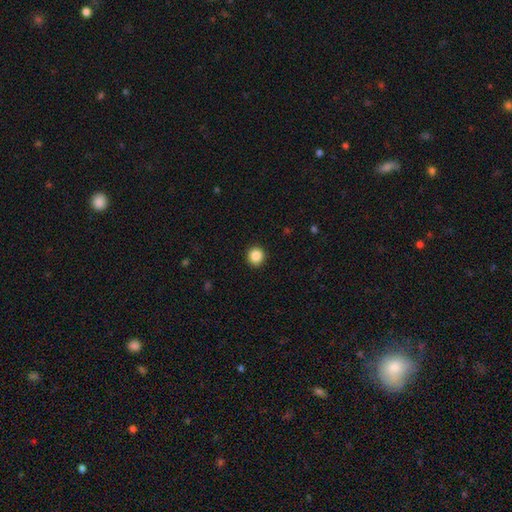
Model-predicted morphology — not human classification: This is clearly a smooth galaxy (87%). How rounded: clearly round (91%). Merging: clearly none (93%).